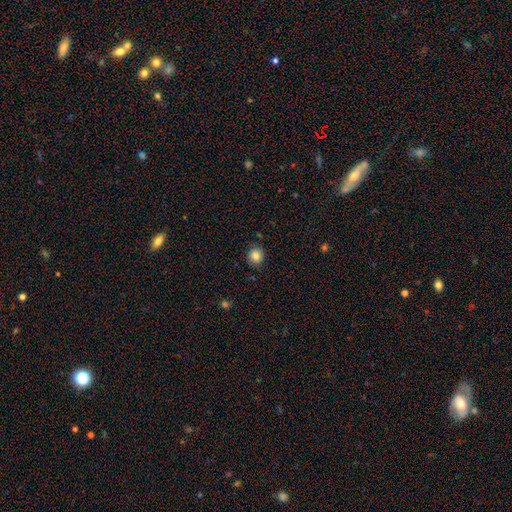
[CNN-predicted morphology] smooth-or-featured: smooth: 83% | star or artifact: 10% | featured or disk: 7%
  how-rounded: round: 85% | in between: 14% | cigar-shaped: 1%
  merging: none: 85% | minor disturbance: 11% | major disturbance: 2% | merger: 1%